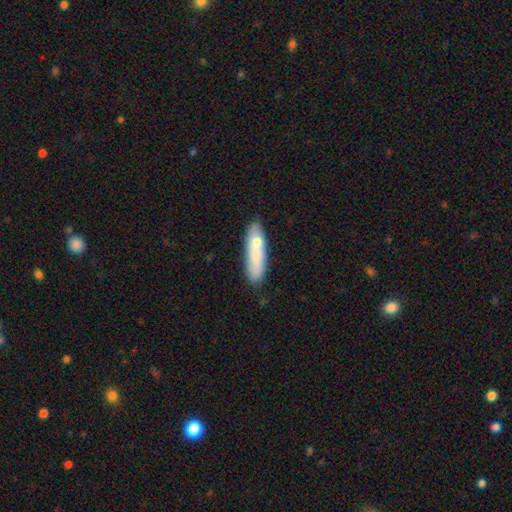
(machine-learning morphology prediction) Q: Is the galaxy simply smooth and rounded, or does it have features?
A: smooth — 69%.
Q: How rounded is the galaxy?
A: cigar-shaped — 65%.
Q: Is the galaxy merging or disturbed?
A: none — 67%.